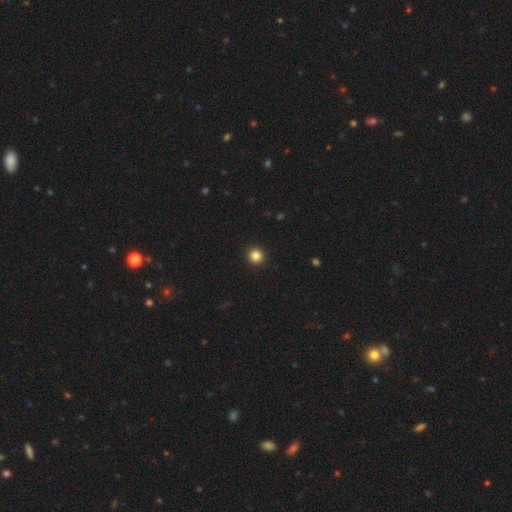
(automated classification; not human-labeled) smooth-or-featured: smooth: 85% | star or artifact: 11% | featured or disk: 4%
  how-rounded: round: 93% | in between: 6% | cigar-shaped: 1%
  merging: none: 94% | minor disturbance: 4% | major disturbance: 1% | merger: 1%